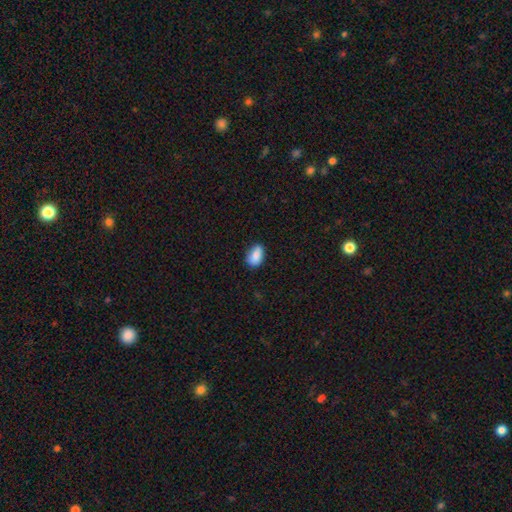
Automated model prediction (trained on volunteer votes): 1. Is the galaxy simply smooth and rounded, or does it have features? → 86% smooth, 8% star or artifact, 7% featured or disk.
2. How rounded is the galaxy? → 88% in between, 10% round, 3% cigar-shaped.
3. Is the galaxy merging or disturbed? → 72% none, 22% minor disturbance, 4% major disturbance, 3% merger.